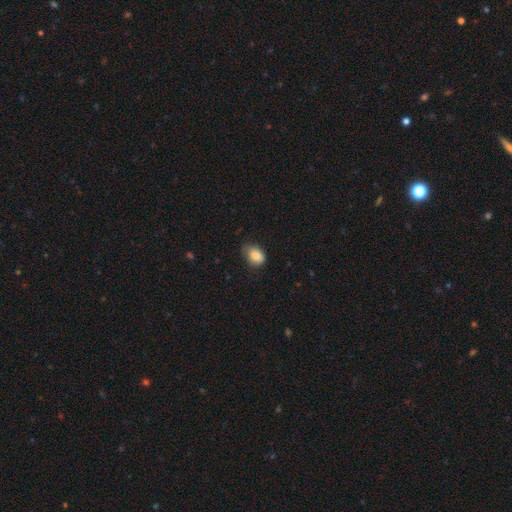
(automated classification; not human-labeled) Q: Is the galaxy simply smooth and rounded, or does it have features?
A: smooth — 82%.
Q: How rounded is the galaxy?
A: in between — 70%.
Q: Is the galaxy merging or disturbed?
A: none — 55%.